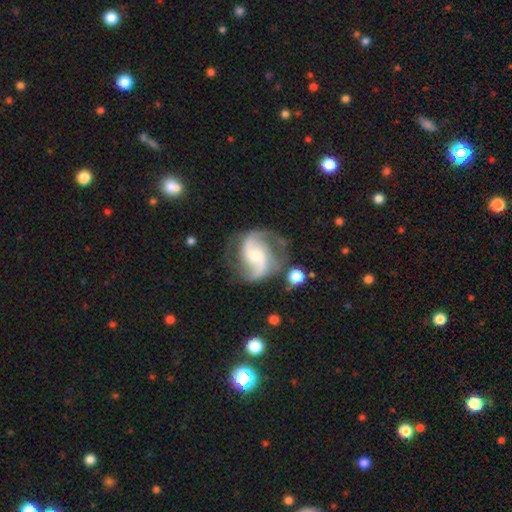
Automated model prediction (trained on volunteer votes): smooth-or-featured: featured or disk: 88% | smooth: 7% | star or artifact: 6%
  disk-edge-on: no: 98% | yes: 2%
    bar: weak: 42% | no: 39% | strong: 19%
    has-spiral-arms: yes: 97% | no: 3%
      spiral-winding: medium: 48% | loose: 39% | tight: 13%
      spiral-arm-count: 2: 88% | 3: 4% | can't tell: 3% | 1: 2% | 4: 1% | more than 4: 1%
    bulge-size: small: 49% | moderate: 39% | none: 5% | large: 5% | dominant: 1%
  merging: none: 65% | minor disturbance: 19% | major disturbance: 12% | merger: 4%